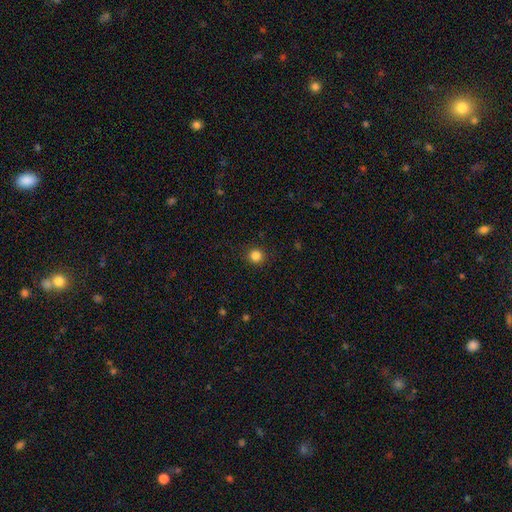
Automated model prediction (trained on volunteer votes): Smooth or featured? Predicted: smooth (p=0.84). How rounded? Predicted: round (p=0.94). Merging? Predicted: none (p=0.91).